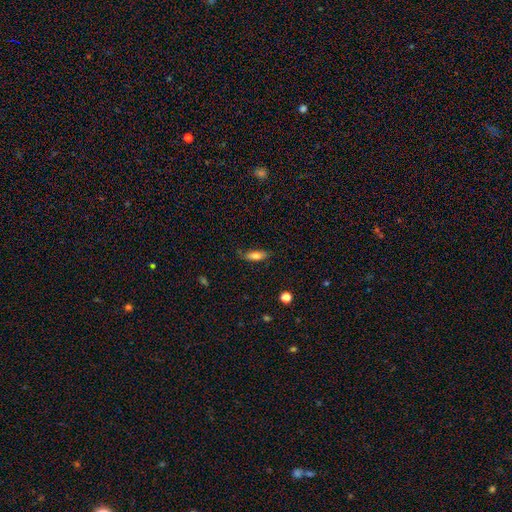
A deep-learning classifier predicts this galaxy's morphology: This appears to be a smooth galaxy with no disk features (74%) that is in between round and cigar-shaped (53%). Merging: none (75%).